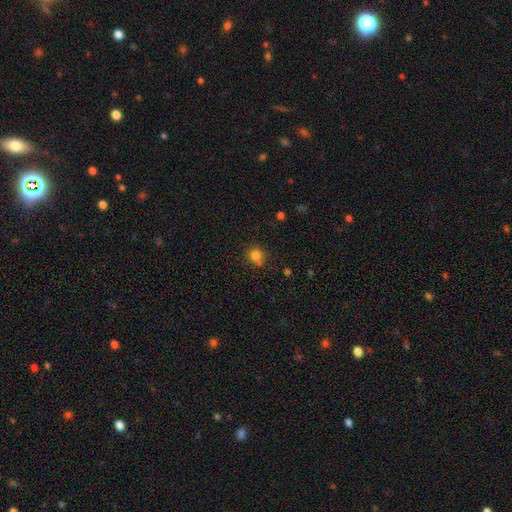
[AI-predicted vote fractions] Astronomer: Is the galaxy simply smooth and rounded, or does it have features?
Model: smooth — 80%.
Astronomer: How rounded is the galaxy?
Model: round — 79%.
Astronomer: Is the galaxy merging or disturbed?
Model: none — 67%.